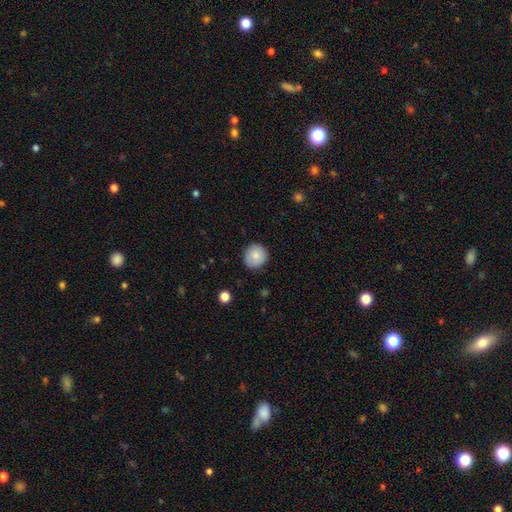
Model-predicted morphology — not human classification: A smooth galaxy with no disk features (84%) that is round (91%).

Vote fractions:
- Smooth or featured? smooth: 84% / featured or disk: 9% / star or artifact: 7%
- How rounded? round: 91% / in between: 8% / cigar-shaped: 1%
- Merging? none: 88% / minor disturbance: 9% / major disturbance: 2% / merger: 1%